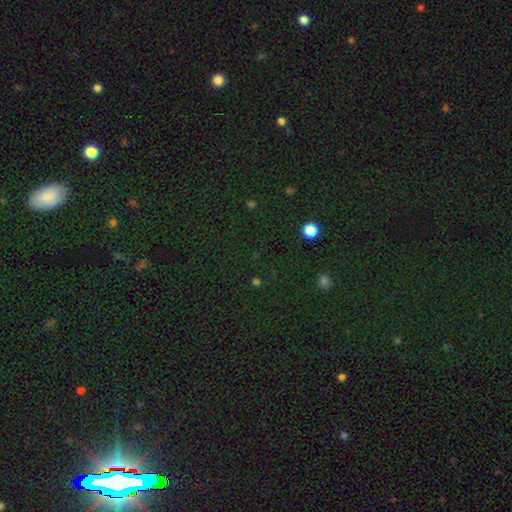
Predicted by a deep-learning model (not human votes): Overall: star or artifact (73%).